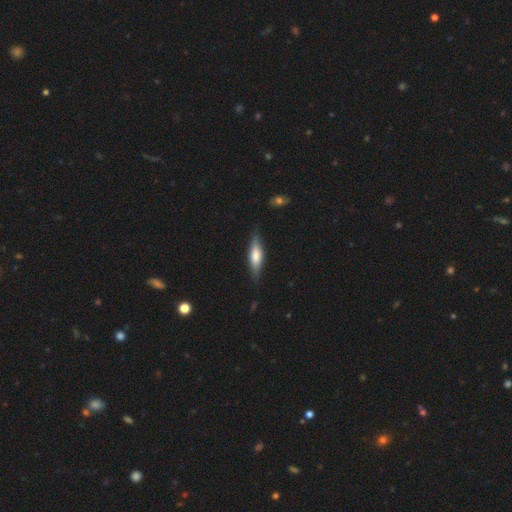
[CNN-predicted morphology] smooth_or_featured: smooth (p=0.52) [alt: featured or disk p=0.42]
how_rounded: cigar-shaped (p=0.62) [alt: in between p=0.36]
merging: none (p=0.81) [alt: minor disturbance p=0.15]